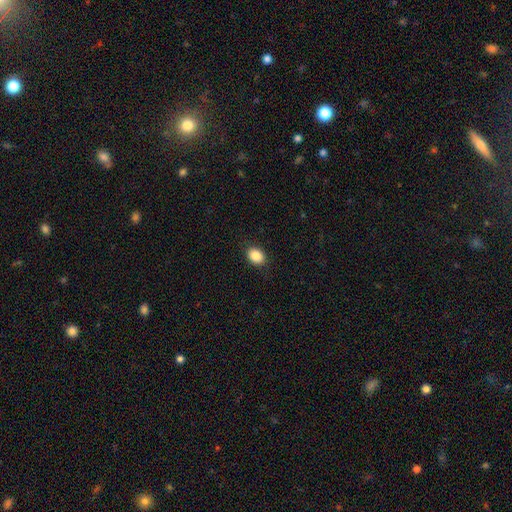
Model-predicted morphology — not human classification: Smooth or featured? smooth (87%)
How rounded? in between (69%)
Merging? none (88%)